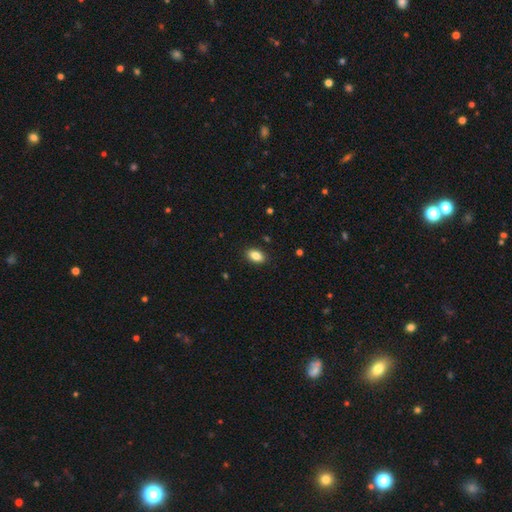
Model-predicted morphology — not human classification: Q: Smooth or featured?
A: smooth (86%); runner-up: star or artifact (8%)
Q: How rounded?
A: in between (89%); runner-up: round (9%)
Q: Merging?
A: none (89%); runner-up: minor disturbance (8%)